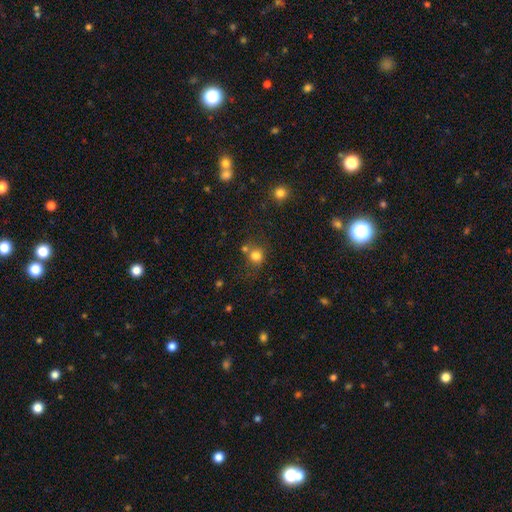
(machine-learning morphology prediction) A smooth galaxy with no disk features (78%) that is round (78%). Merging: none (55%).